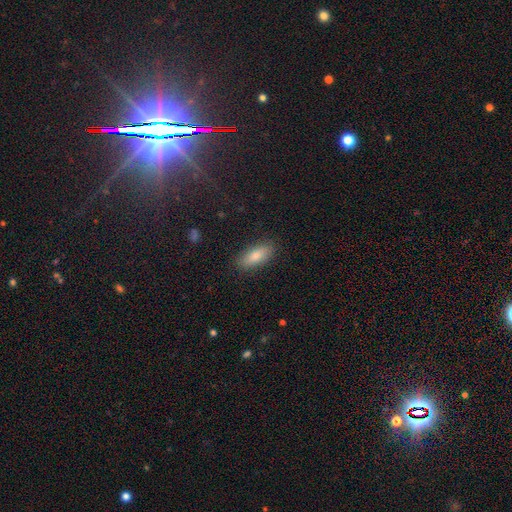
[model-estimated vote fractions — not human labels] Q: Smooth or featured?
A: smooth (83%); runner-up: featured or disk (11%)
Q: How rounded?
A: in between (76%); runner-up: cigar-shaped (22%)
Q: Merging?
A: none (86%); runner-up: minor disturbance (10%)